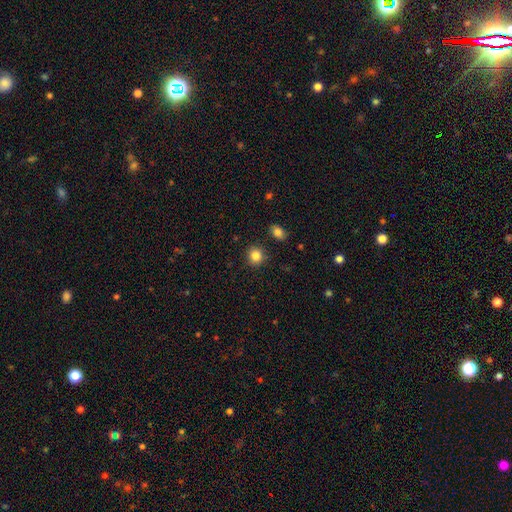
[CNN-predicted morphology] Q: Smooth or featured?
A: smooth (84%); runner-up: star or artifact (10%)
Q: How rounded?
A: round (86%); runner-up: in between (13%)
Q: Merging?
A: none (88%); runner-up: minor disturbance (7%)